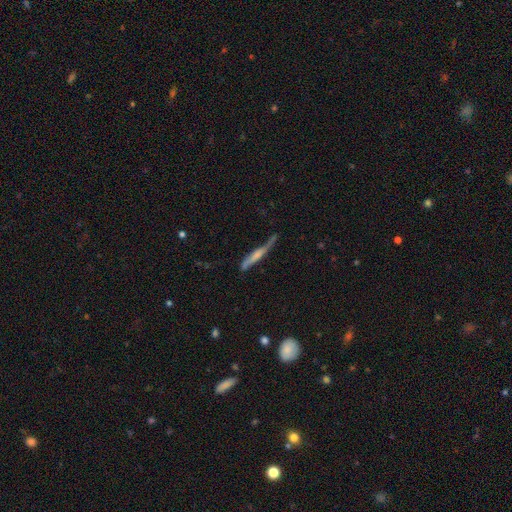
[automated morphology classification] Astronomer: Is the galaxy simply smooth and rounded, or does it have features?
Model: featured or disk — 53% (runner-up: smooth, 41%).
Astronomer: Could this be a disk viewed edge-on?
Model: yes — 85%.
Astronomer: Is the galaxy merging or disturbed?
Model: none — 48% (runner-up: minor disturbance, 31%).